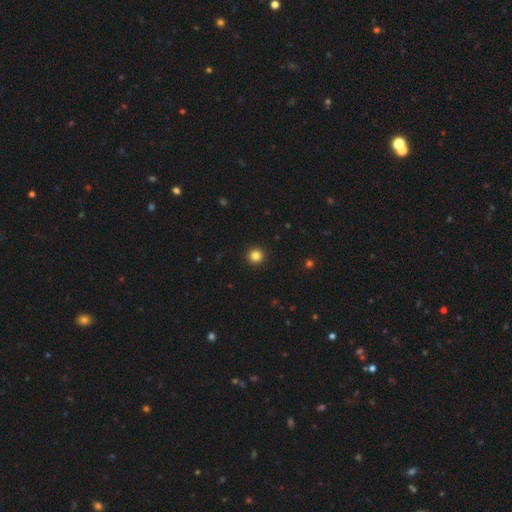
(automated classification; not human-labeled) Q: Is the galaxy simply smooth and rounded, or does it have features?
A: smooth — 84%.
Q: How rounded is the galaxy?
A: round — 95%.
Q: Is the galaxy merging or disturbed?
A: none — 94%.